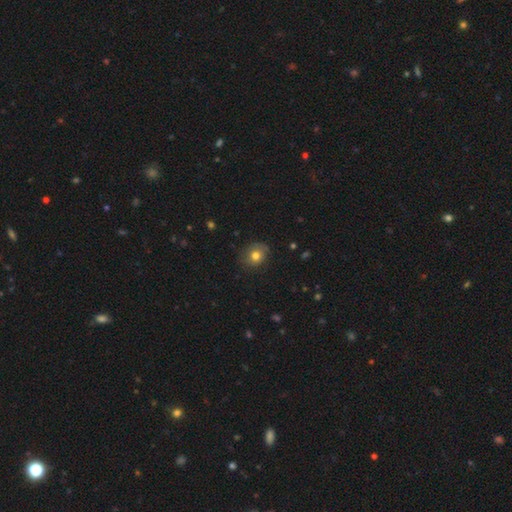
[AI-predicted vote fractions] smooth_or_featured: smooth (p=0.75) [alt: featured or disk p=0.15]
how_rounded: round (p=0.67) [alt: in between p=0.32]
merging: none (p=0.78) [alt: minor disturbance p=0.16]